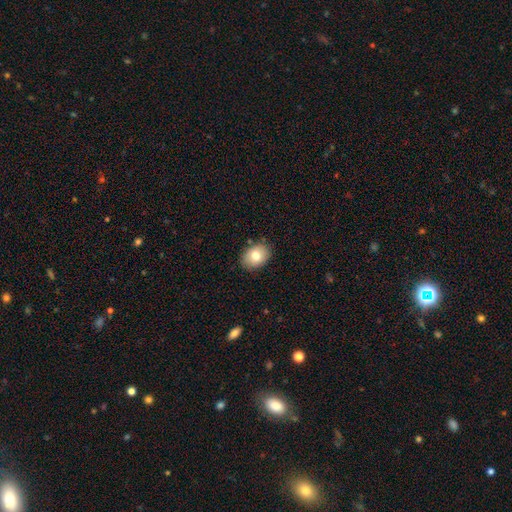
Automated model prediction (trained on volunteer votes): Smooth or featured: smooth — 78% (featured or disk — 14%)
How rounded: in between — 73% (round — 26%)
Merging: none — 86% (minor disturbance — 10%)